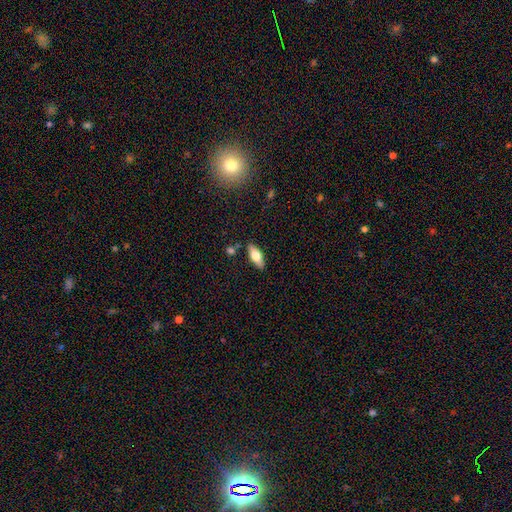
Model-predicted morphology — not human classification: Smooth or featured?
  - smooth: 64% *
  - featured or disk: 29%
  - star or artifact: 7%
How rounded?
  - in between: 75% *
  - cigar-shaped: 22%
  - round: 3%
Merging?
  - none: 85% *
  - minor disturbance: 10%
  - merger: 3%
  - major disturbance: 2%